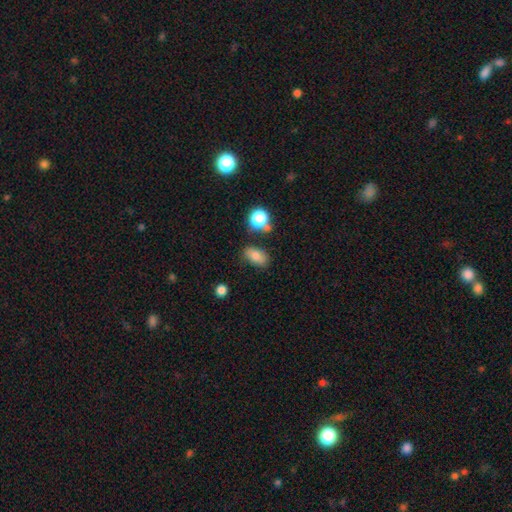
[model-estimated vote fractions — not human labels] The model was most divided on "merging": none: 72%, minor disturbance: 16%, merger: 7%, major disturbance: 5%. More confident: how rounded — in between (87%); smooth or featured — smooth (79%).